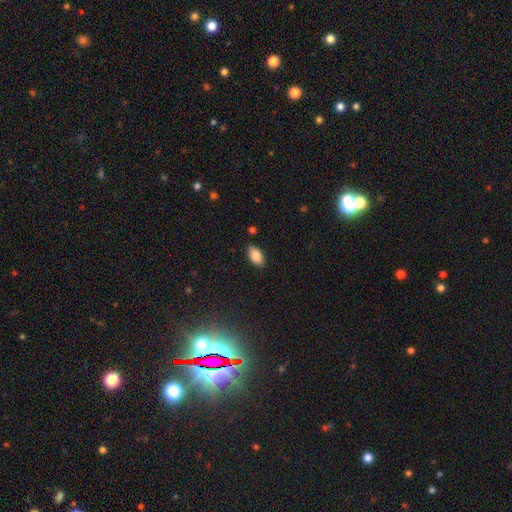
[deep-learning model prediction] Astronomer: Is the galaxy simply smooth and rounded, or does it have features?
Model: smooth — 85%.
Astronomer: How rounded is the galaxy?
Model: in between — 93%.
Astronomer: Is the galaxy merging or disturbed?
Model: none — 87%.